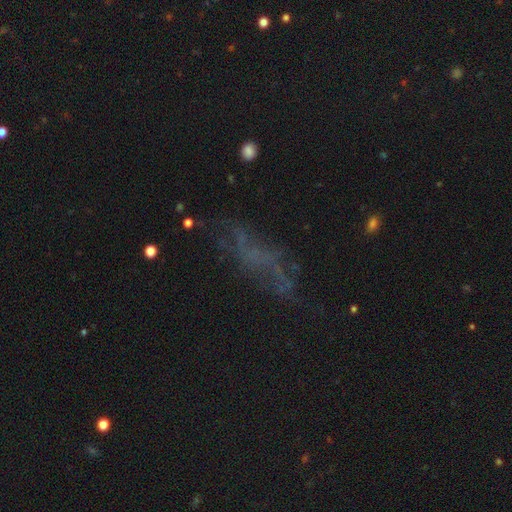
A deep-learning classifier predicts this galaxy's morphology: The model was most divided on "smooth or featured": featured or disk: 44%, smooth: 31%, star or artifact: 25%. More confident: merging — none (54%).